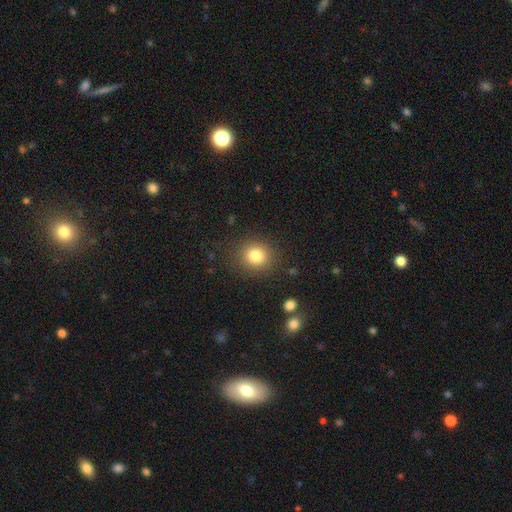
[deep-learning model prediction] smooth 82%, star or artifact 11%, featured or disk 7%. Down the decision tree: how rounded — round (83%); merging — none (86%).